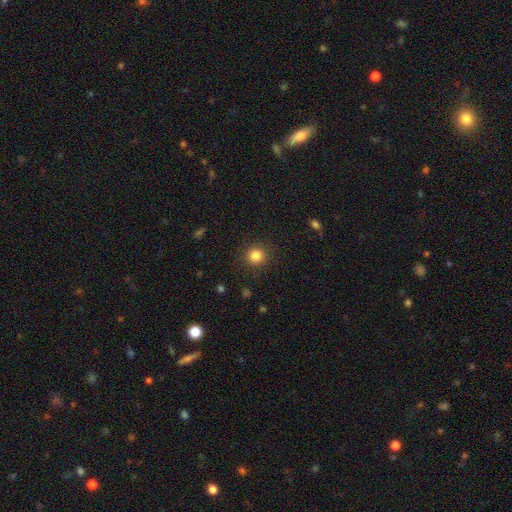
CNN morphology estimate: smooth-or-featured: smooth: 83% | star or artifact: 12% | featured or disk: 5%
  how-rounded: round: 93% | in between: 6% | cigar-shaped: 1%
  merging: none: 90% | minor disturbance: 6% | major disturbance: 3% | merger: 1%